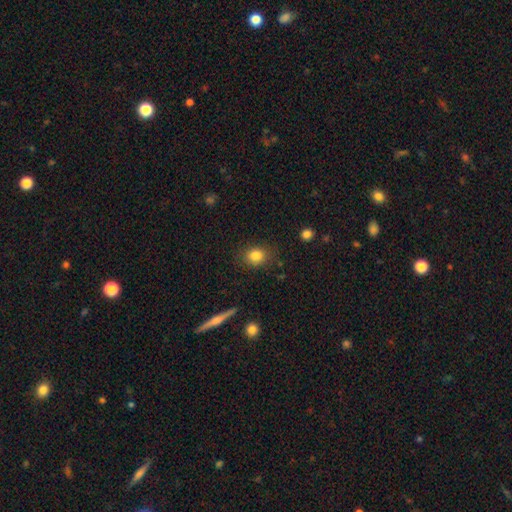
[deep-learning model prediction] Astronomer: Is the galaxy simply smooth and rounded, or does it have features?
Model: smooth — 83%.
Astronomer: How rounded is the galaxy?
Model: round — 61% (runner-up: in between, 38%).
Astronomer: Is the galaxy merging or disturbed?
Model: none — 83%.